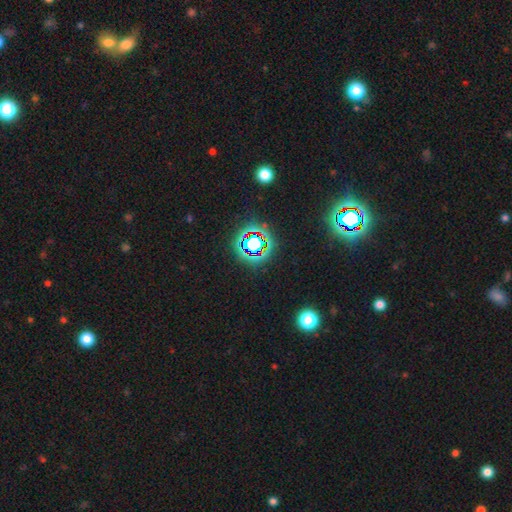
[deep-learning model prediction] The model was most divided on "smooth or featured": star or artifact: 81%, smooth: 12%, featured or disk: 7%.